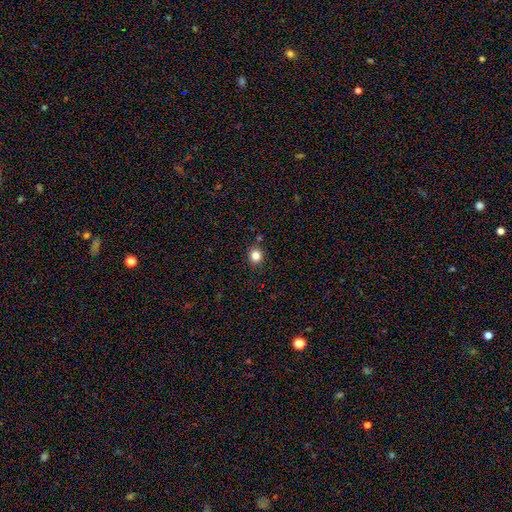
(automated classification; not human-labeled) This appears to be a smooth galaxy with no disk features (83%) that is round (78%). Merging: none (87%).